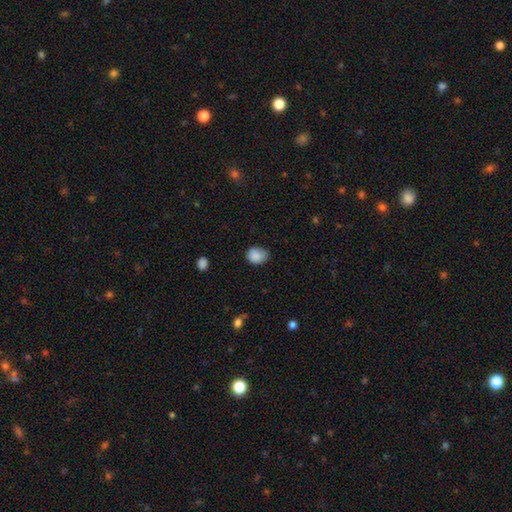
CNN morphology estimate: Smooth or featured? smooth (87%)
How rounded? round (58%)
Merging? none (64%)